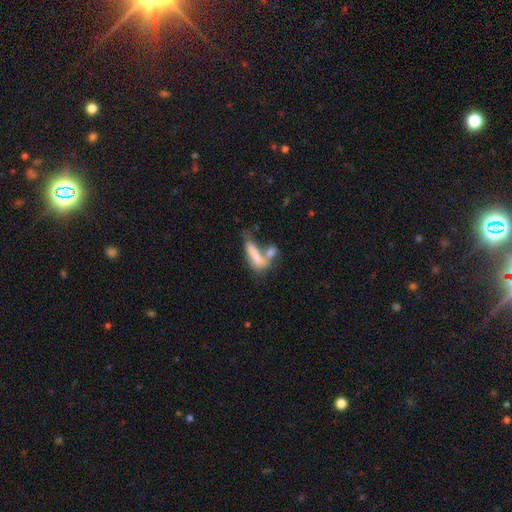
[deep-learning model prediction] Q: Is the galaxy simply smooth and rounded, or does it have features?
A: smooth — 69%.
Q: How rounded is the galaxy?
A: cigar-shaped — 56%.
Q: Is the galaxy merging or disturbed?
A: merger — 52%.